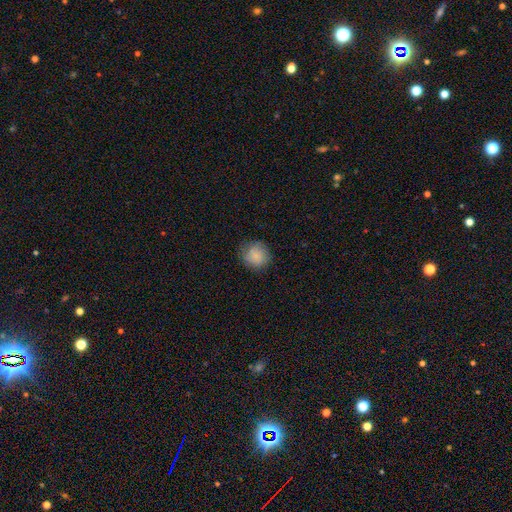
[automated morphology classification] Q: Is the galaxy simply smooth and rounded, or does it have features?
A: smooth — 84%.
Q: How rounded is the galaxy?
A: round — 87%.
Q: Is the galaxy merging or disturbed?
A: none — 78%.